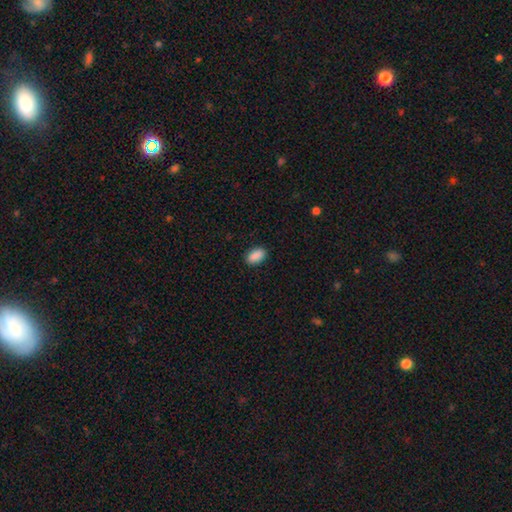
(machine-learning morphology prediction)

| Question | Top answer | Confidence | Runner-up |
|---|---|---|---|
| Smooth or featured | smooth | 90% | star or artifact (7%) |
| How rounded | in between | 92% | round (5%) |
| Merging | none | 89% | minor disturbance (8%) |